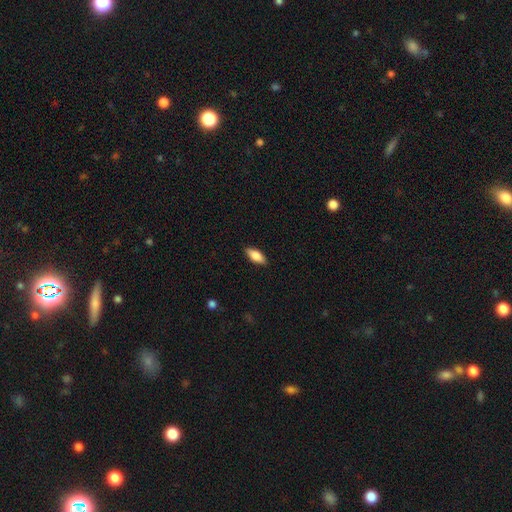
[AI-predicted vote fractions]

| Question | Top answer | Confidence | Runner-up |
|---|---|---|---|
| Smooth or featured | smooth | 82% | featured or disk (11%) |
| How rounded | in between | 80% | cigar-shaped (18%) |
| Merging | none | 88% | minor disturbance (9%) |